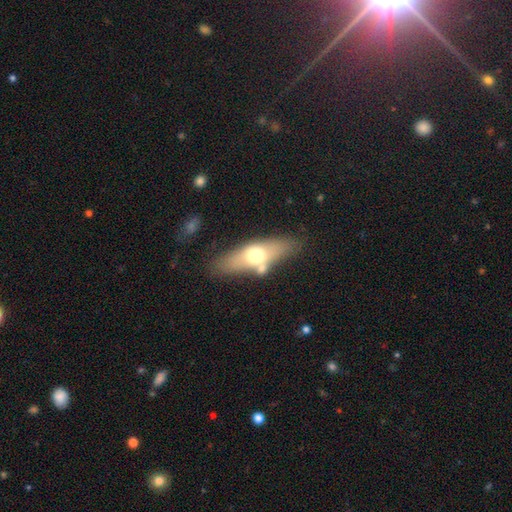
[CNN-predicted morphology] Smooth or featured?
  - smooth: 56% *
  - featured or disk: 37%
  - star or artifact: 7%
How rounded?
  - in between: 53% *
  - cigar-shaped: 43%
  - round: 4%
Merging?
  - none: 66% *
  - merger: 15%
  - minor disturbance: 14%
  - major disturbance: 5%